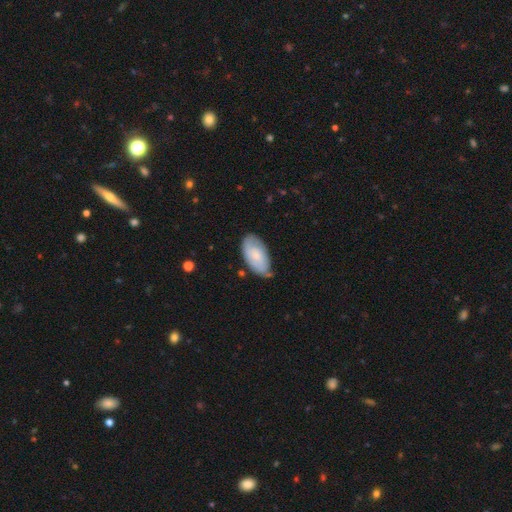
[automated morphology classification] A smooth galaxy with no disk features (58%) that is in between round and cigar-shaped (94%).

Vote fractions:
- Smooth or featured? smooth: 58% / featured or disk: 36% / star or artifact: 6%
- How rounded? in between: 94% / cigar-shaped: 3% / round: 3%
- Merging? none: 64% / minor disturbance: 27% / major disturbance: 5% / merger: 3%